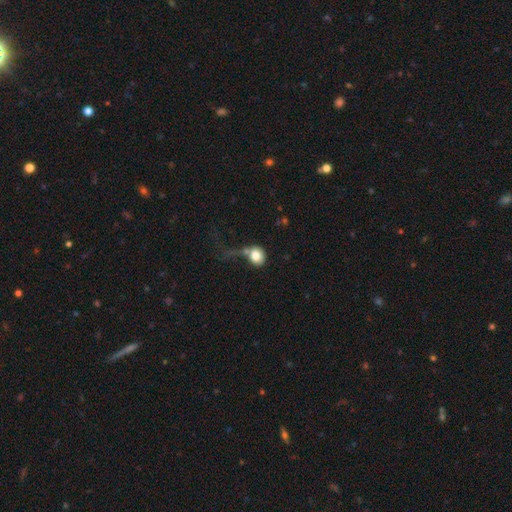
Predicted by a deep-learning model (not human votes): Smooth or featured? smooth (77%)
How rounded? round (75%)
Merging? major disturbance (36%)